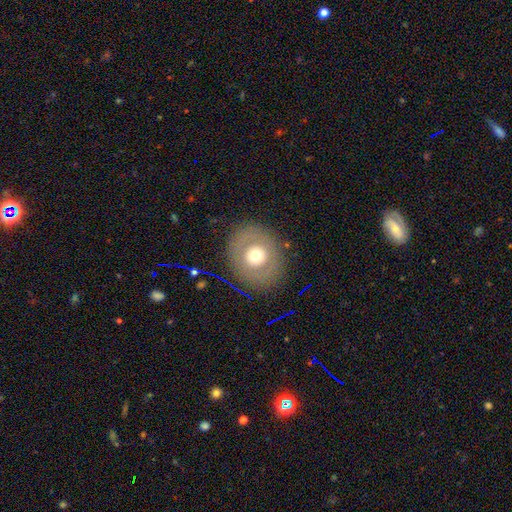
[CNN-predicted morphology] A smooth galaxy with no disk features (57%) that is round (77%). Merging: none (84%).